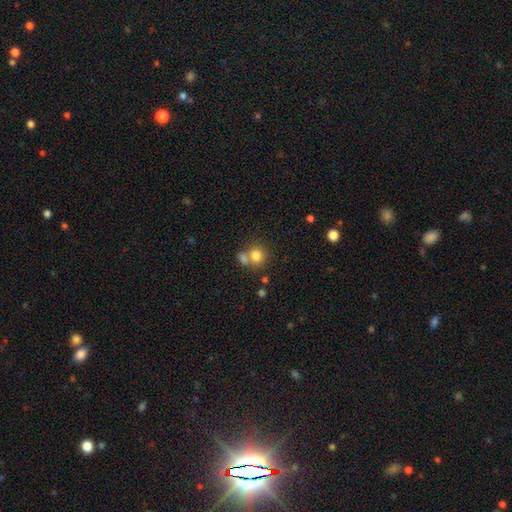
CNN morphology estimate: This is likely a smooth galaxy (79%). How rounded: likely round (79%). Merging: possibly none (49%).